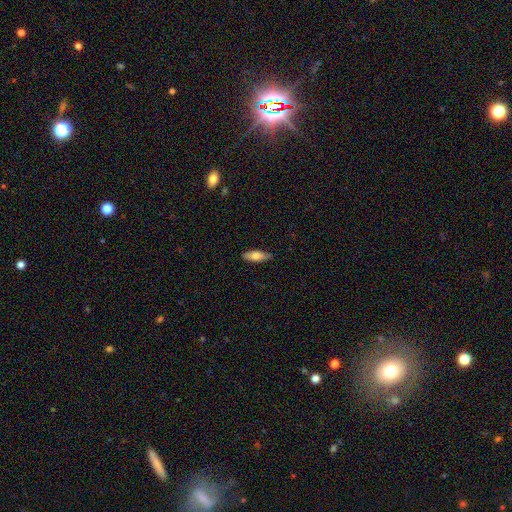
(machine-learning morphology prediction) Smooth or featured? smooth (70%)
How rounded? in between (58%)
Merging? none (84%)